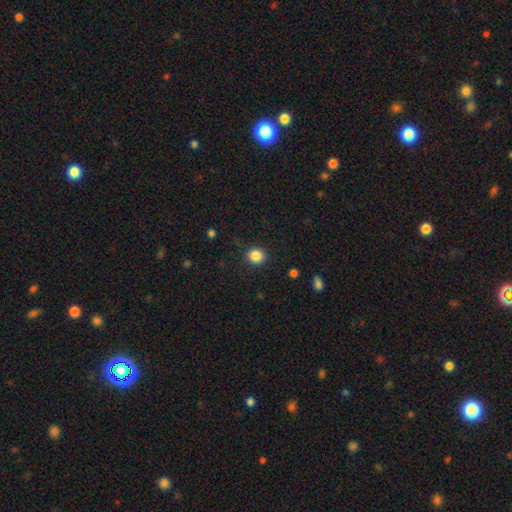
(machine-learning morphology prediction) type=smooth (86%); roundness=round (88%); merging=none (89%).